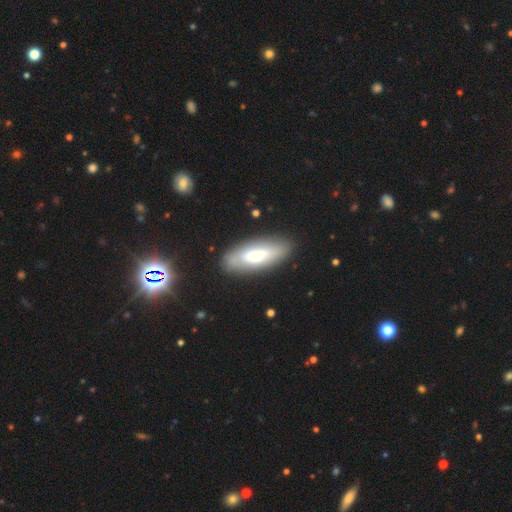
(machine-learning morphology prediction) Smooth or featured? smooth (64%)
How rounded? in between (72%)
Merging? none (82%)